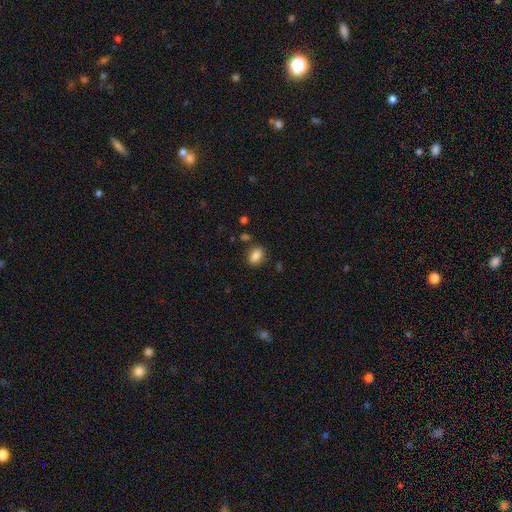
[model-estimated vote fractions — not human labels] Q: Smooth or featured?
A: smooth (85%); runner-up: star or artifact (9%)
Q: How rounded?
A: in between (83%); runner-up: round (15%)
Q: Merging?
A: none (82%); runner-up: minor disturbance (11%)